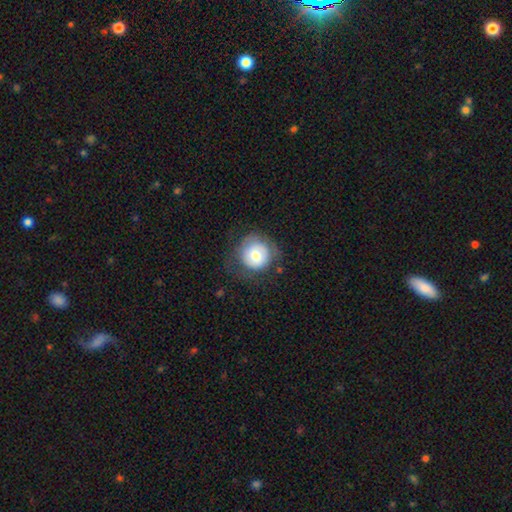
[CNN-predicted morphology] Overall: smooth (65%; featured or disk 26%). How rounded: round (92%). Merging: none (68%).